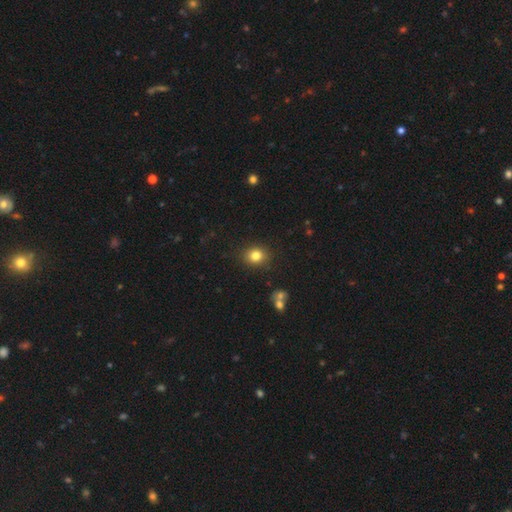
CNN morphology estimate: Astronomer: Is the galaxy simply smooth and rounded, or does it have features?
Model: smooth — 82%.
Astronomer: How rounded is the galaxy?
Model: round — 69%.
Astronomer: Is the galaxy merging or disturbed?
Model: none — 87%.